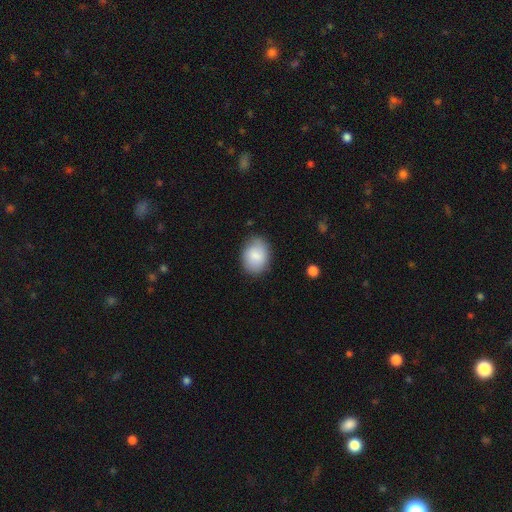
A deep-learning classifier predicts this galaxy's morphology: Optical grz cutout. It shows a smooth galaxy with no disk features (83%) that is in between round and cigar-shaped (66%). Merging: none (80%).